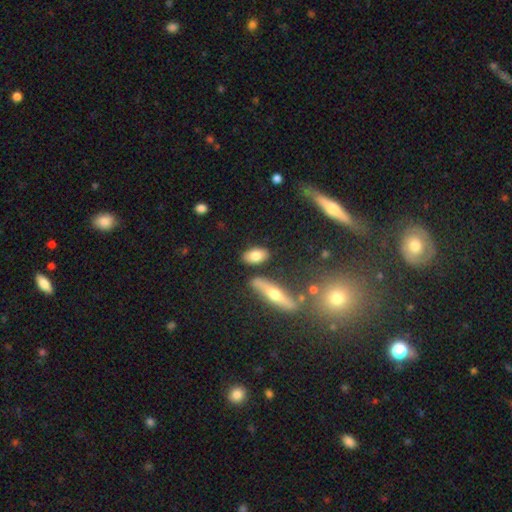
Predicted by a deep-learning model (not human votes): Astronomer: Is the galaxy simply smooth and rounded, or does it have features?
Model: smooth — 76%.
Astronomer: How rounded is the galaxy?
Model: in between — 87%.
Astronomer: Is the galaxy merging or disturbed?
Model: none — 80%.